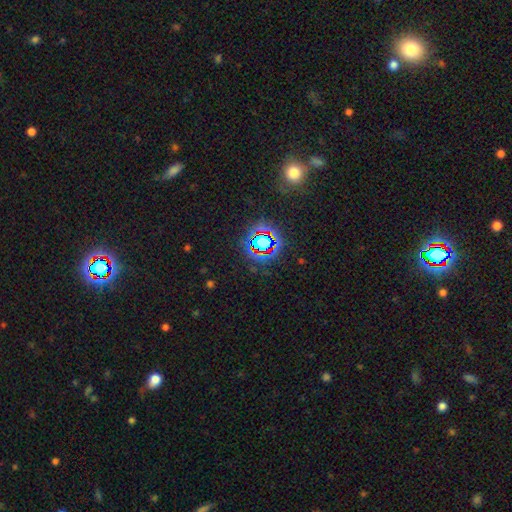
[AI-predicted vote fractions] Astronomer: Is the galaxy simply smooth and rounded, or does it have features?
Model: star or artifact — 80%.